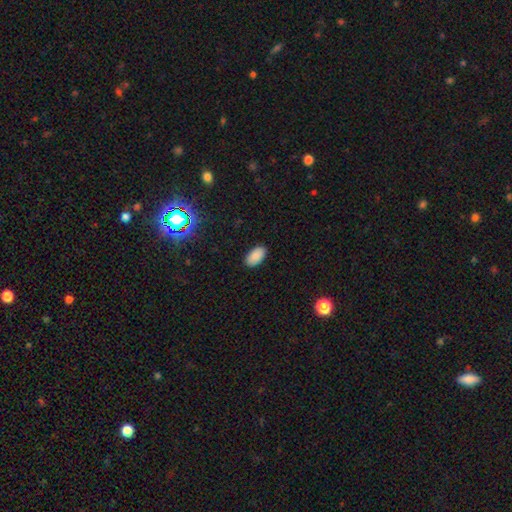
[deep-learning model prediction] Q: Smooth or featured?
A: smooth (87%); runner-up: star or artifact (10%)
Q: How rounded?
A: in between (95%); runner-up: round (3%)
Q: Merging?
A: none (89%); runner-up: minor disturbance (8%)